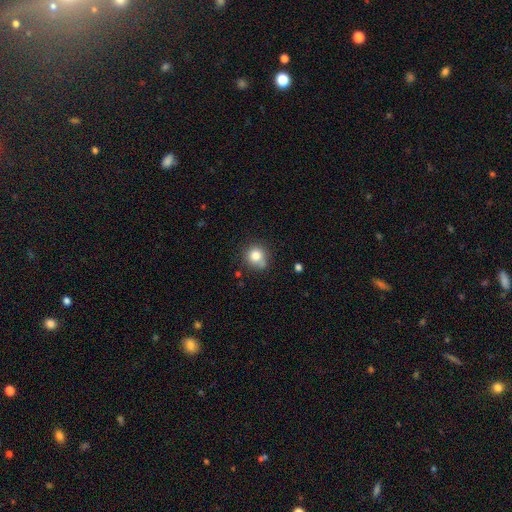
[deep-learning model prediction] Smooth or featured? smooth (81%)
How rounded? round (85%)
Merging? none (65%)